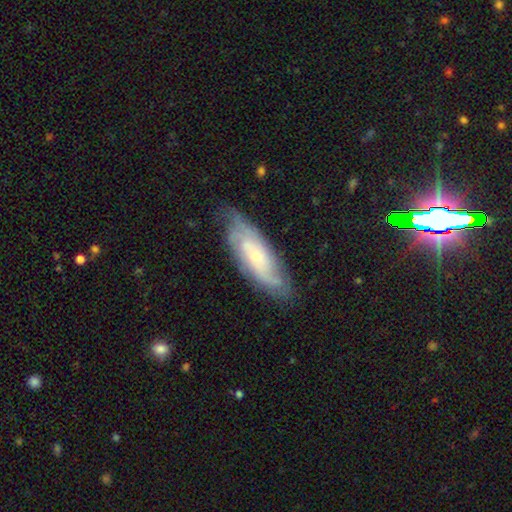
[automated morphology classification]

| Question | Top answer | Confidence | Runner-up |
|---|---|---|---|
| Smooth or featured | featured or disk | 75% | smooth (19%) |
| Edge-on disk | no | 85% | yes (15%) |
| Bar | no | 68% | weak (26%) |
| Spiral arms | yes | 92% | no (8%) |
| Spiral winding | tight | 51% | medium (37%) |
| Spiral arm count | can't tell | 39% | 2 (31%) |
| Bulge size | small | 65% | moderate (31%) |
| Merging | none | 73% | minor disturbance (20%) |